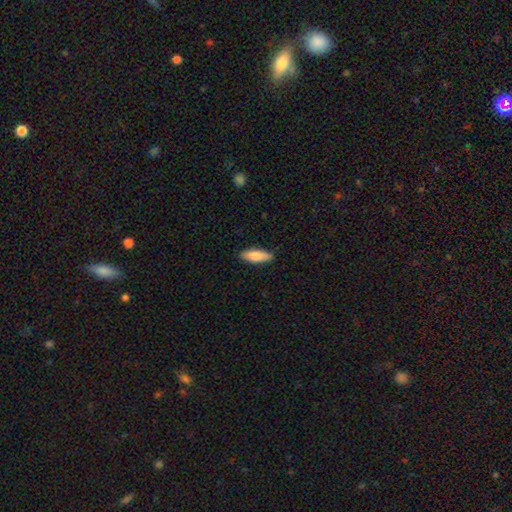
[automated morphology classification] Smooth or featured? Predicted: smooth (p=0.83). How rounded? Predicted: in between (p=0.63). Merging? Predicted: none (p=0.87).